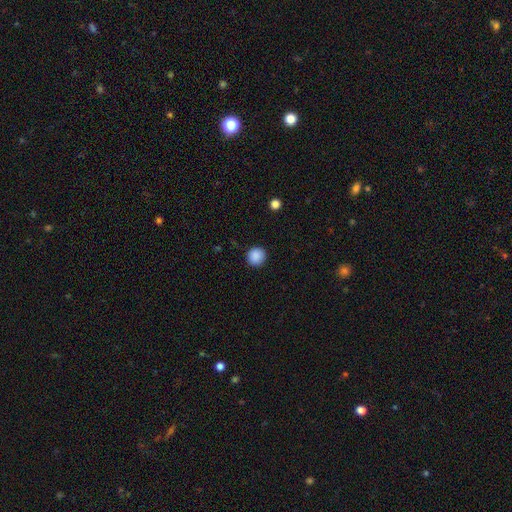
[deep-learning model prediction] Overall: smooth (89%). How rounded: round (93%). Merging: none (91%).